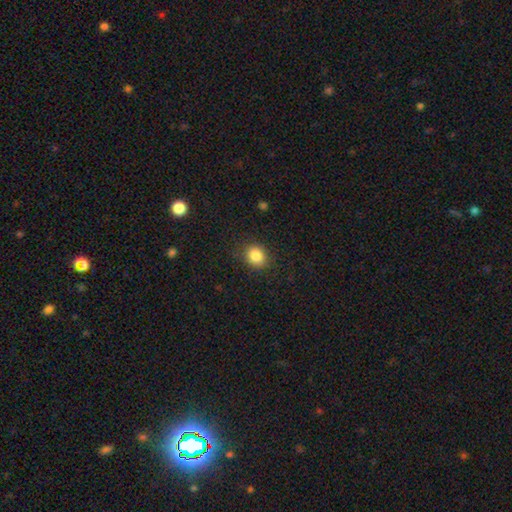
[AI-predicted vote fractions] This is clearly a smooth galaxy (85%). How rounded: likely round (73%). Merging: clearly none (87%).